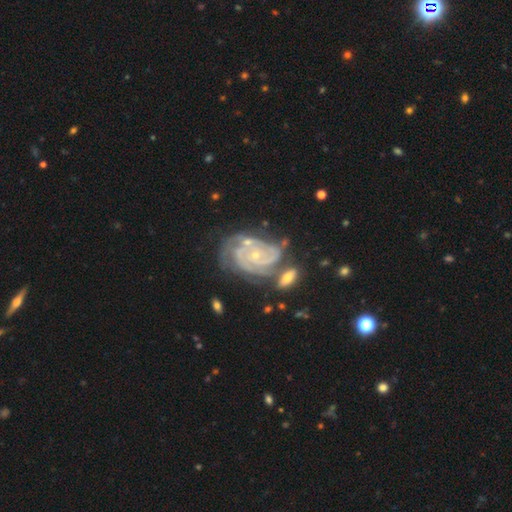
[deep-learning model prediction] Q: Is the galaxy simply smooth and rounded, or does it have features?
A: featured or disk — 89%.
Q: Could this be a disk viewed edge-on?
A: no — 97%.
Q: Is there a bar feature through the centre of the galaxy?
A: no — 74%.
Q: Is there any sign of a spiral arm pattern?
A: yes — 97%.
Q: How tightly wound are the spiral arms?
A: tight — 72%.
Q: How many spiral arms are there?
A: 3 — 33%.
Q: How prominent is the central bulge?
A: small — 73%.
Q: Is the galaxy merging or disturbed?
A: none — 48%.